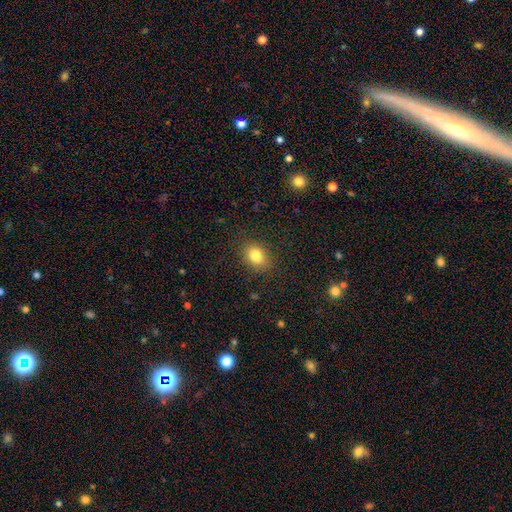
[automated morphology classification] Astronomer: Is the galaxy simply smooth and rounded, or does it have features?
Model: smooth — 83%.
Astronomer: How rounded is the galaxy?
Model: in between — 66%.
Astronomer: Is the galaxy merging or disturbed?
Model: none — 86%.